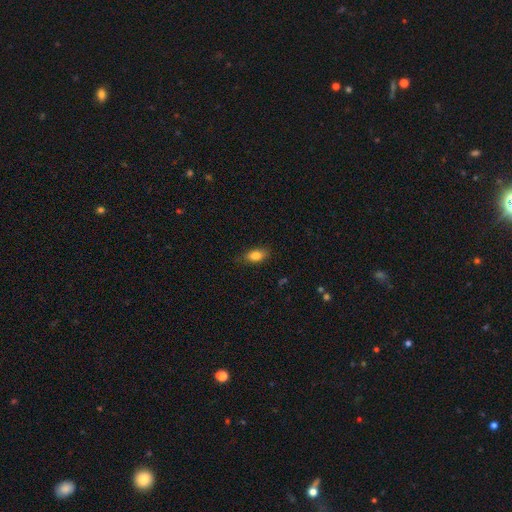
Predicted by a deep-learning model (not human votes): A smooth galaxy with no disk features (81%) that is in between round and cigar-shaped (85%). Merging: none (82%).